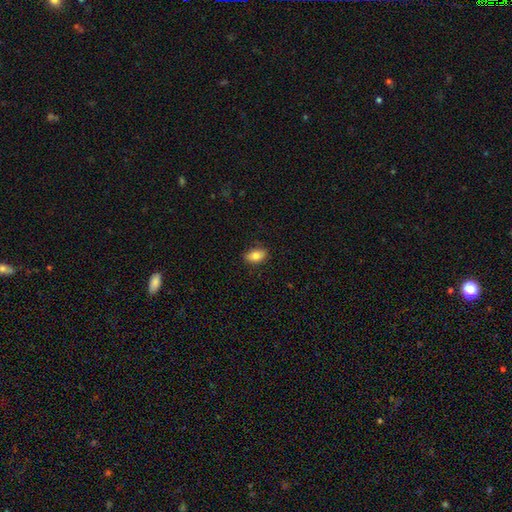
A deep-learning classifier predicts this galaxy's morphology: A smooth galaxy with no disk features (81%) that is in between round and cigar-shaped (89%). Merging: none (85%).